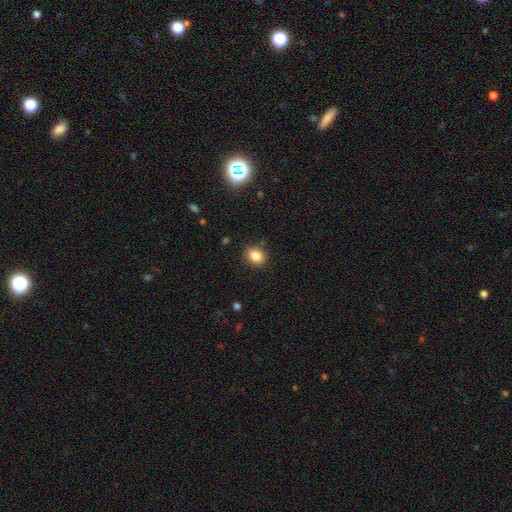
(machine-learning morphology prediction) smooth 84%, star or artifact 10%, featured or disk 6%. Down the decision tree: how rounded — in between (52%); merging — none (87%).